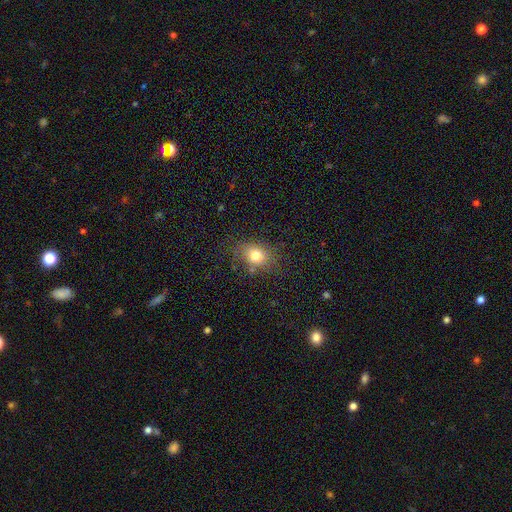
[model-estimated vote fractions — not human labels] smooth 78%, star or artifact 13%, featured or disk 9%. Down the decision tree: how rounded — round (51%); merging — none (75%).